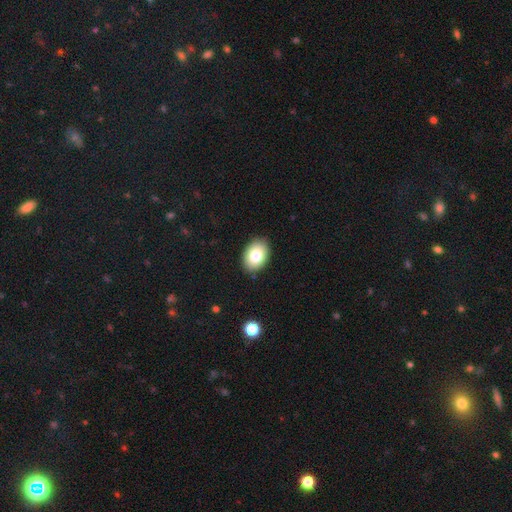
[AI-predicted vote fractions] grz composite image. It shows a smooth galaxy with no disk features (83%) that is in between round and cigar-shaped (84%). Merging: none (89%).